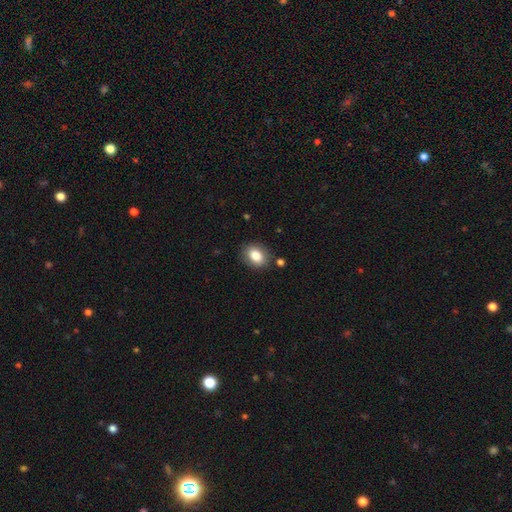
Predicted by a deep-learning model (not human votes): Smooth or featured? smooth (84%)
How rounded? in between (67%)
Merging? none (84%)